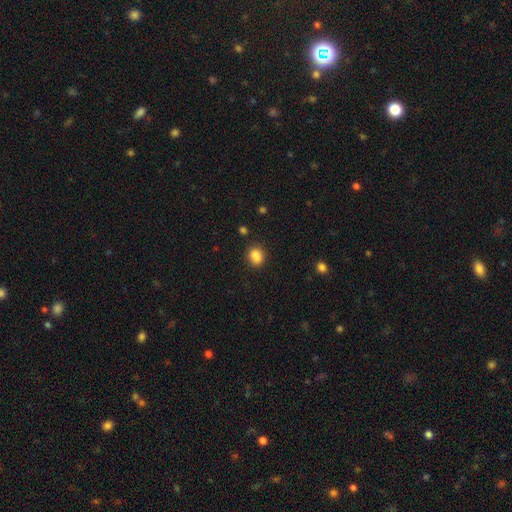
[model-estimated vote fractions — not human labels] smooth 85%, star or artifact 10%, featured or disk 5%. Down the decision tree: how rounded — round (55%); merging — none (76%).